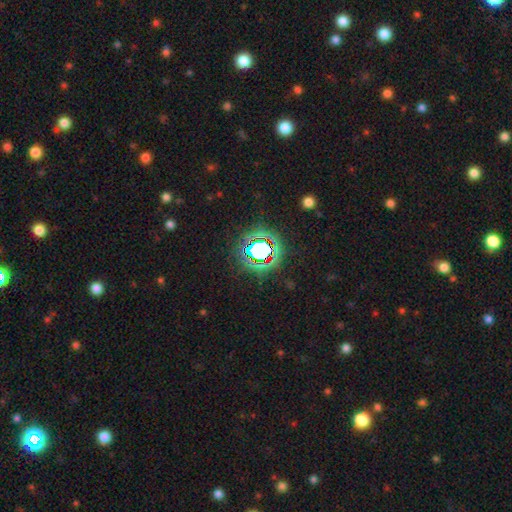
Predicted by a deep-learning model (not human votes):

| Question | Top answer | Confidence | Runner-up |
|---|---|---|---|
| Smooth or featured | star or artifact | 76% | smooth (15%) |